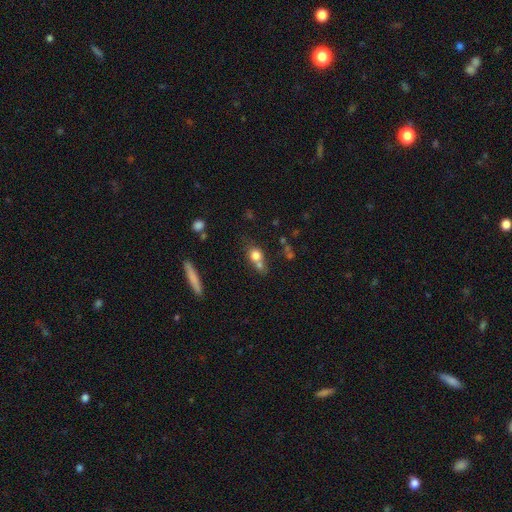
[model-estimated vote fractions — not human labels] smooth_or_featured: smooth (p=0.74) [alt: featured or disk p=0.14]
how_rounded: round (p=0.66) [alt: in between p=0.29]
merging: merger (p=0.44) [alt: none p=0.40]